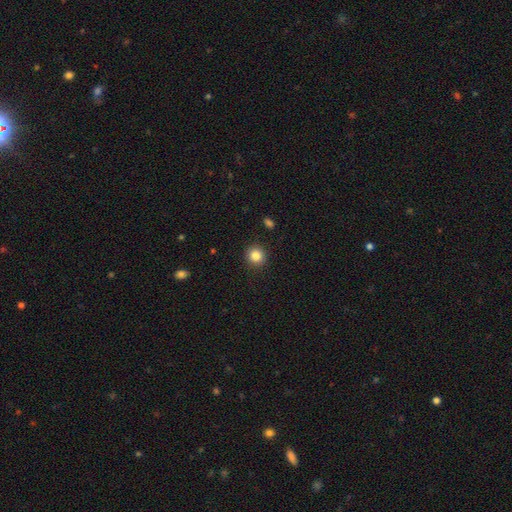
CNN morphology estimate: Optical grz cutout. It shows a smooth galaxy with no disk features (85%) that is round (90%). Merging: none (91%).